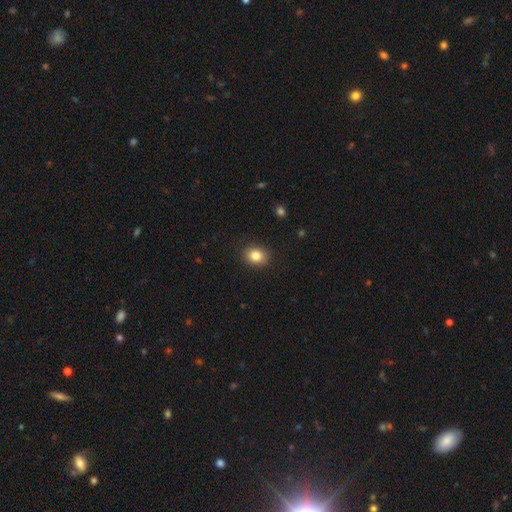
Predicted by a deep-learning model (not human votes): smooth-or-featured: smooth: 84% | star or artifact: 10% | featured or disk: 7%
  how-rounded: round: 51% | in between: 48% | cigar-shaped: 1%
  merging: none: 89% | minor disturbance: 8% | major disturbance: 2% | merger: 1%